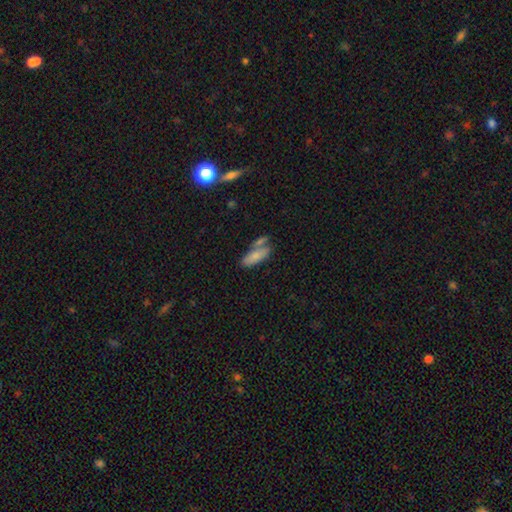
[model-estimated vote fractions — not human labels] The model was most divided on "merging": none: 47%, merger: 30%, minor disturbance: 17%, major disturbance: 6%. More confident: smooth or featured — smooth (78%); how rounded — in between (68%).